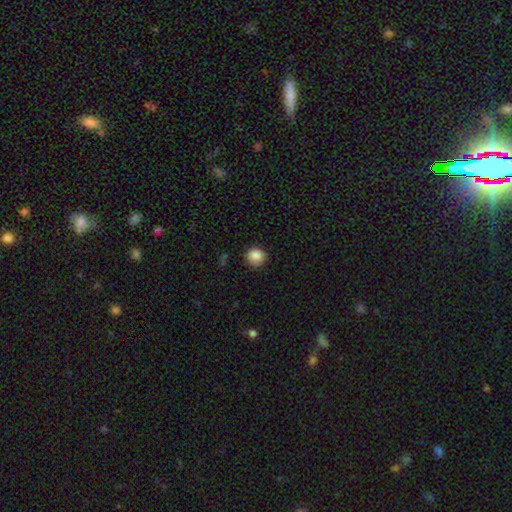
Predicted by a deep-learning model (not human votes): smooth-or-featured: smooth: 87% | star or artifact: 10% | featured or disk: 3%
  how-rounded: round: 89% | in between: 10% | cigar-shaped: 1%
  merging: none: 85% | minor disturbance: 11% | major disturbance: 3% | merger: 1%